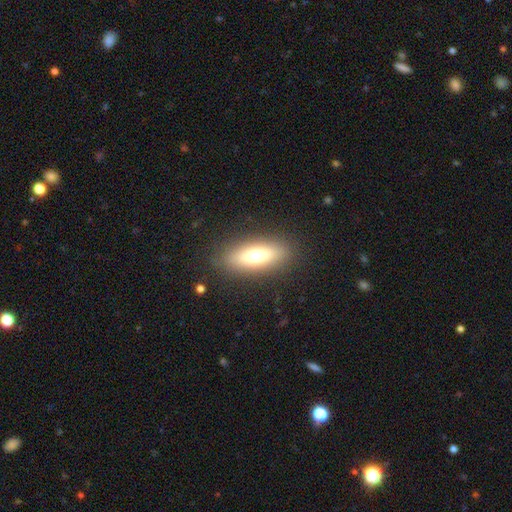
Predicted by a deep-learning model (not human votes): Morphology: type=smooth (68%); roundness=in between (62%); merging=none (87%).